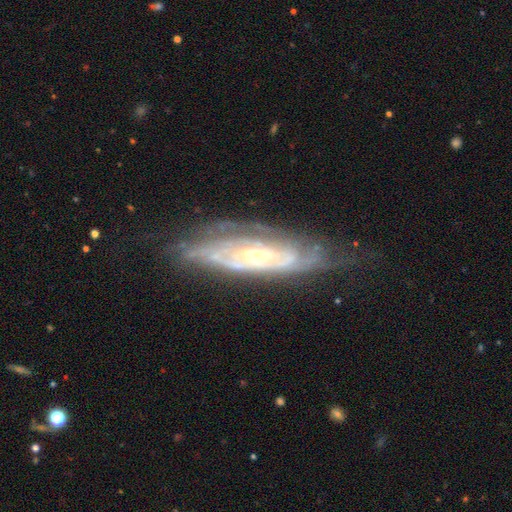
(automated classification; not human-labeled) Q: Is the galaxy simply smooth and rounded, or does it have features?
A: featured or disk — 86%.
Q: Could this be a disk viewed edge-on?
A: no — 80%.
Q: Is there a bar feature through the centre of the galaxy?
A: no — 58%.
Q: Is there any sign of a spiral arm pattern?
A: yes — 90%.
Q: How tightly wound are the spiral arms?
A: tight — 72%.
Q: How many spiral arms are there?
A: can't tell — 52%.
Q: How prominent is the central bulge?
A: moderate — 50%.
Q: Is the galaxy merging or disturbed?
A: none — 68%.